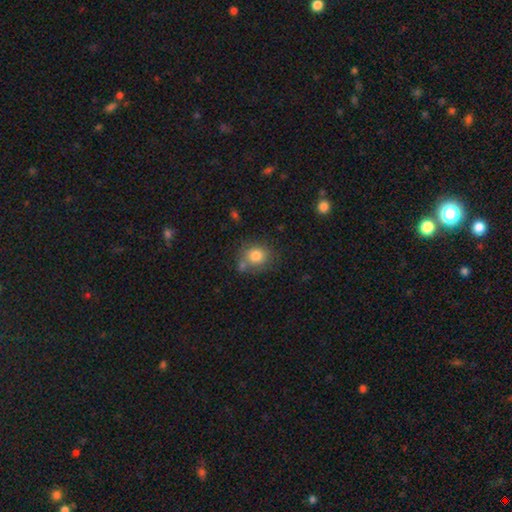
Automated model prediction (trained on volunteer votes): smooth 82%, star or artifact 10%, featured or disk 9%. Down the decision tree: how rounded — round (75%); merging — none (65%).